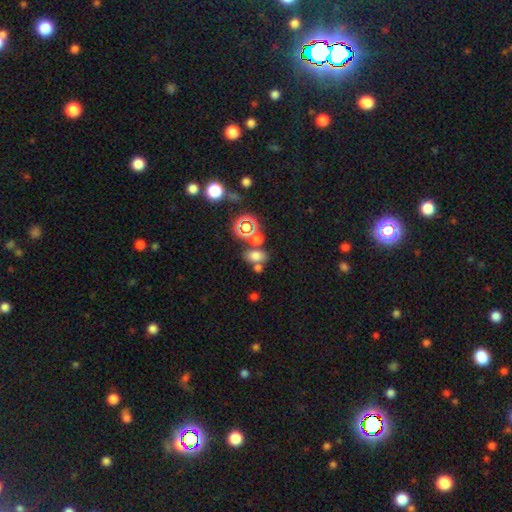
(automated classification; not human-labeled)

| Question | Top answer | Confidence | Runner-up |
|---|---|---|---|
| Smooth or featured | smooth | 68% | star or artifact (22%) |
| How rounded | in between | 68% | round (30%) |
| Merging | none | 57% | merger (26%) |